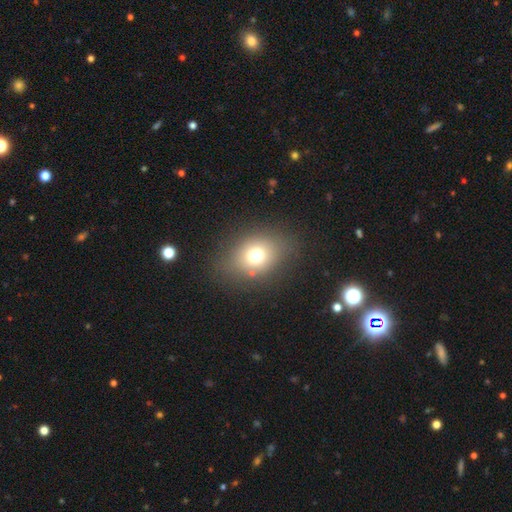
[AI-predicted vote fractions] This appears to be a smooth galaxy with no disk features (71%) that is in between round and cigar-shaped (53%). Merging: none (81%).